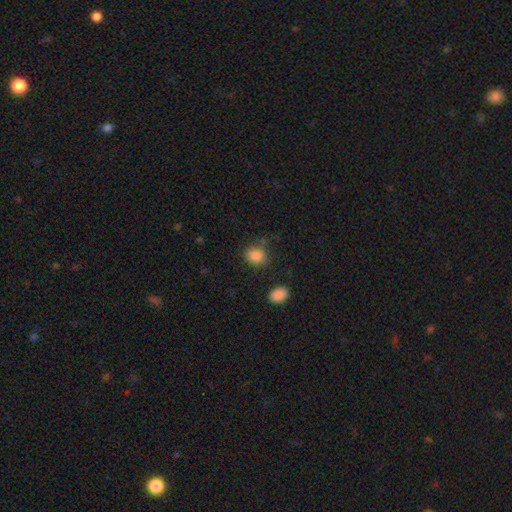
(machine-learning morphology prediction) A smooth galaxy with no disk features (86%) that is round (57%).

Vote fractions:
- Smooth or featured? smooth: 86% / star or artifact: 10% / featured or disk: 5%
- How rounded? round: 57% / in between: 42% / cigar-shaped: 1%
- Merging? none: 75% / minor disturbance: 15% / major disturbance: 5% / merger: 5%